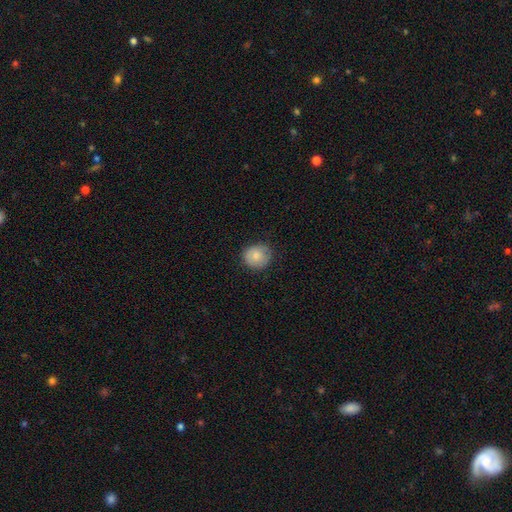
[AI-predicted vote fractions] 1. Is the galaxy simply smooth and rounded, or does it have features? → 81% smooth, 11% featured or disk, 8% star or artifact.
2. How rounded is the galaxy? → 84% round, 15% in between, 1% cigar-shaped.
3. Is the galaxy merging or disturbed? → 78% none, 18% minor disturbance, 3% major disturbance, 1% merger.